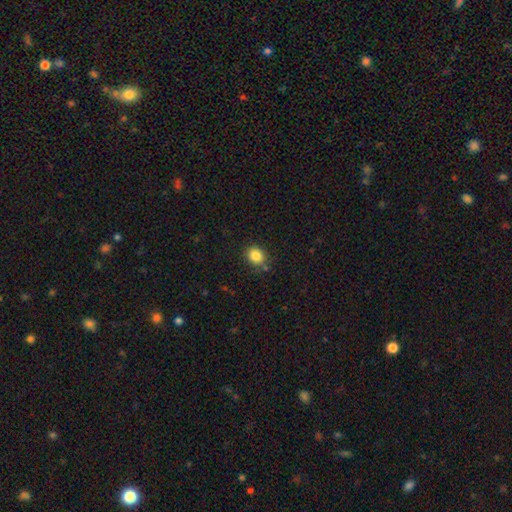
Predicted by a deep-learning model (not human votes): The model was most divided on "how rounded": round: 64%, in between: 35%, cigar-shaped: 1%. More confident: smooth or featured — smooth (84%); merging — none (81%).